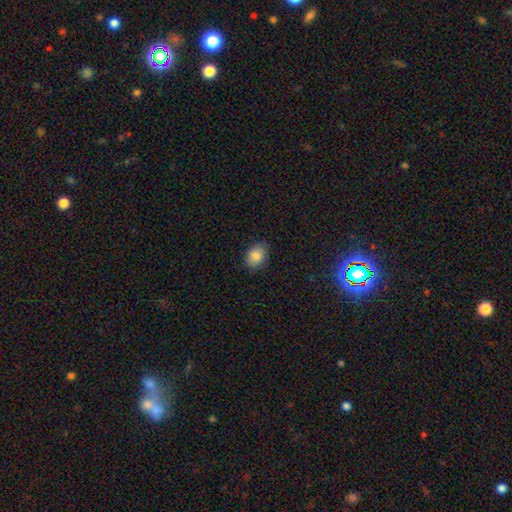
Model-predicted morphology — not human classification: type=smooth (84%); roundness=in between (71%); merging=none (83%).